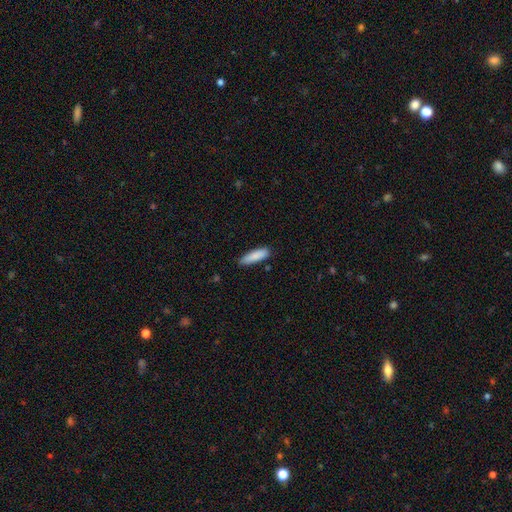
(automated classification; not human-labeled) smooth 86%, featured or disk 7%, star or artifact 6%. Down the decision tree: how rounded — cigar-shaped (58%); merging — none (79%).